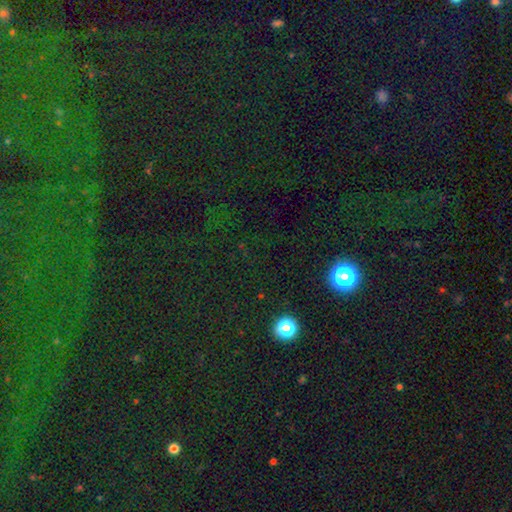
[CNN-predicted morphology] Q: Smooth or featured?
A: star or artifact (71%); runner-up: smooth (21%)